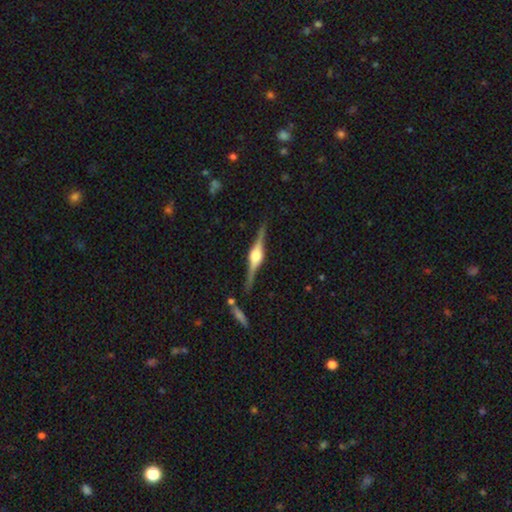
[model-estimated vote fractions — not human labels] A featured or disk galaxy (88%) viewed edge-on (98%) with a rounded central bulge (86%). Merging: none (87%).